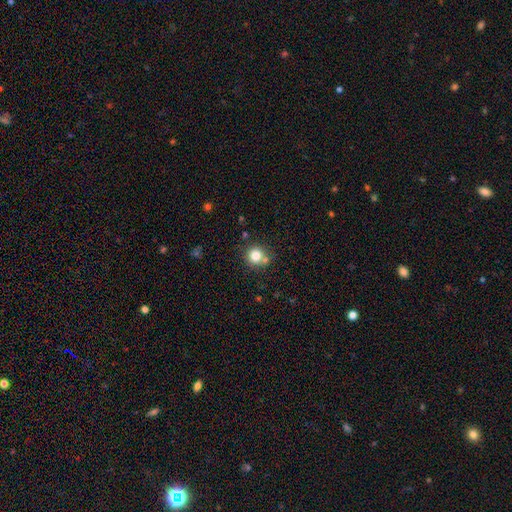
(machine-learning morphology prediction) Overall: smooth (80%). How rounded: round (91%). Merging: none (70%).